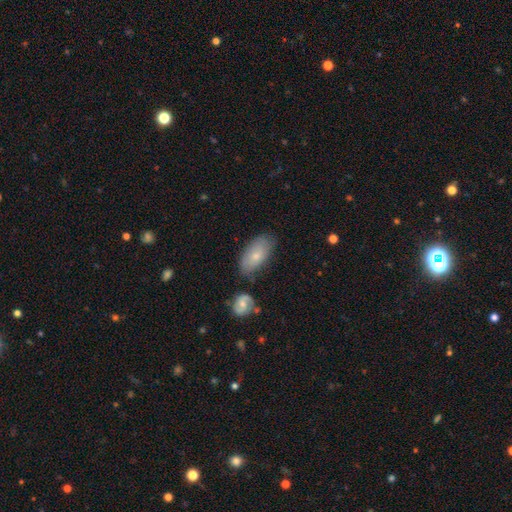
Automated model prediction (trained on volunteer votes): Smooth or featured: smooth — 72% (featured or disk — 21%)
How rounded: in between — 93% (cigar-shaped — 4%)
Merging: none — 69% (minor disturbance — 20%)